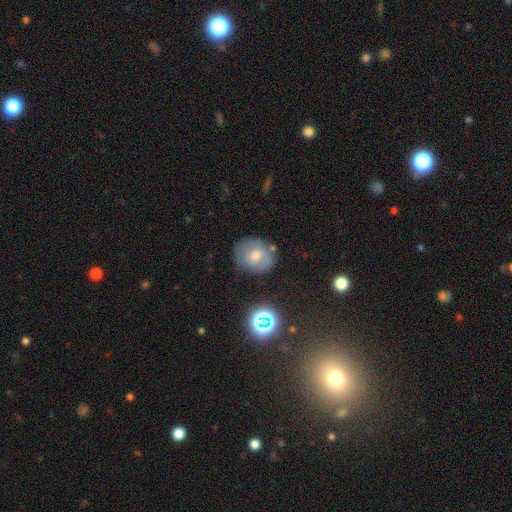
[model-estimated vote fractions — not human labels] smooth 52%, featured or disk 34%, star or artifact 13%. Down the decision tree: how rounded — round (70%); merging — none (73%).